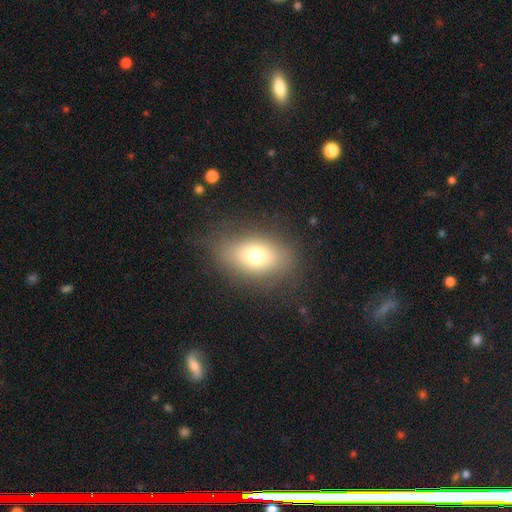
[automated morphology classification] smooth-or-featured: smooth: 71% | featured or disk: 18% | star or artifact: 11%
  how-rounded: in between: 82% | round: 15% | cigar-shaped: 2%
  merging: none: 78% | minor disturbance: 15% | major disturbance: 6% | merger: 1%